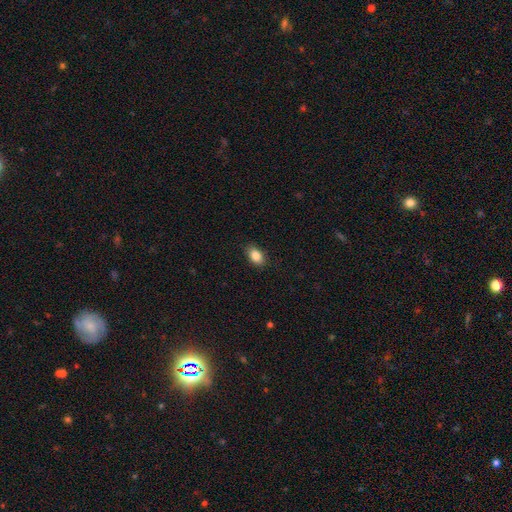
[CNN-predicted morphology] Smooth or featured: smooth — 86% (star or artifact — 8%)
How rounded: in between — 86% (round — 12%)
Merging: none — 87% (minor disturbance — 10%)